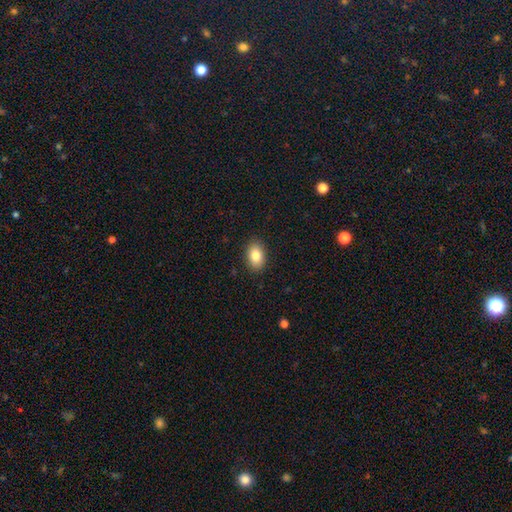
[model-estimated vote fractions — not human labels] smooth_or_featured: smooth (p=0.85) [alt: star or artifact p=0.08]
how_rounded: in between (p=0.87) [alt: round p=0.12]
merging: none (p=0.89) [alt: minor disturbance p=0.08]